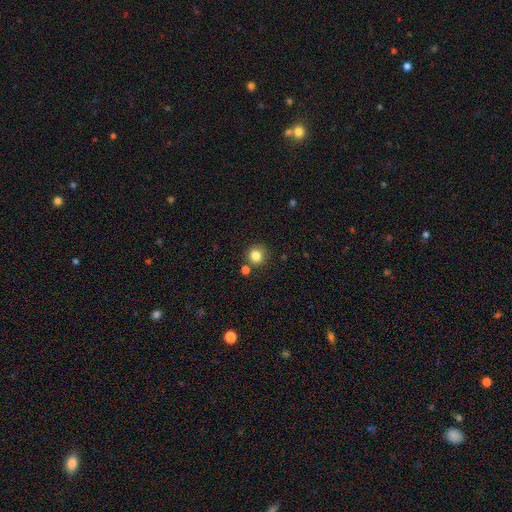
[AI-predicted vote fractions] Smooth or featured? smooth (83%)
How rounded? round (92%)
Merging? none (80%)